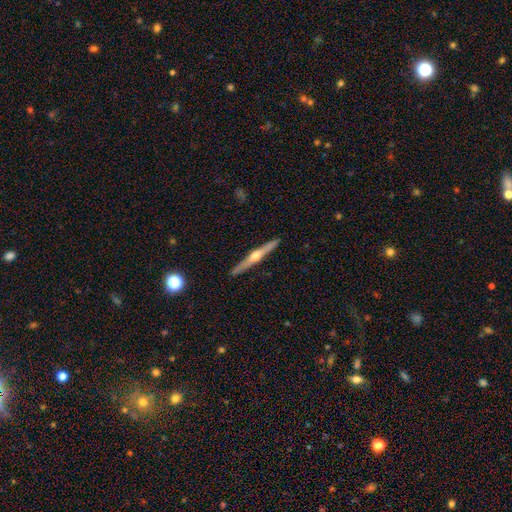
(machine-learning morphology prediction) A featured or disk galaxy (80%) viewed edge-on (98%) with a rounded central bulge (93%).

Vote fractions:
- Smooth or featured? featured or disk: 80% / smooth: 14% / star or artifact: 5%
- Edge-on disk? yes: 98% / no: 2%
- Edge-on bulge? rounded: 93% / none: 4% / boxy: 3%
- Merging? none: 92% / minor disturbance: 6% / major disturbance: 1% / merger: 1%